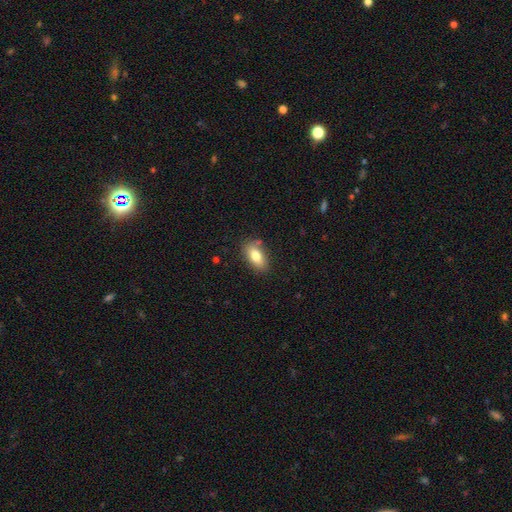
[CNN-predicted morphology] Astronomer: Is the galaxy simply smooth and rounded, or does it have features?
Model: smooth — 79%.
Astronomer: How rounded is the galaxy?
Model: in between — 89%.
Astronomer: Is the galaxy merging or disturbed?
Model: none — 80%.